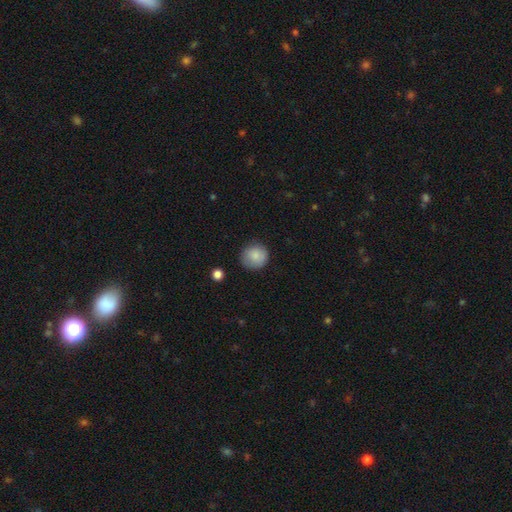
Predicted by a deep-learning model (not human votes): Smooth or featured: smooth — 85% (star or artifact — 8%)
How rounded: round — 92% (in between — 7%)
Merging: none — 84% (minor disturbance — 12%)